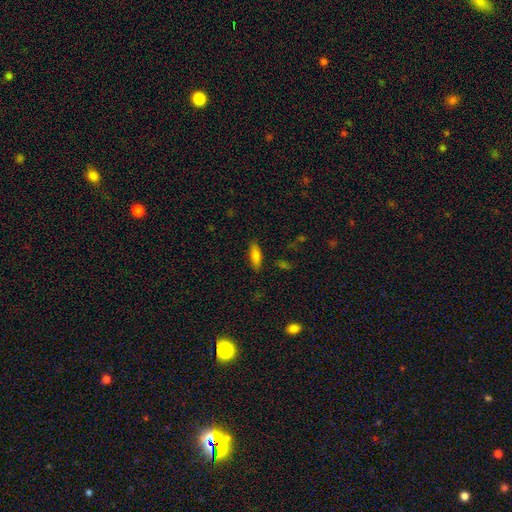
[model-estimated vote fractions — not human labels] This is clearly a smooth galaxy (81%). How rounded: likely in between (71%). Merging: clearly none (84%).